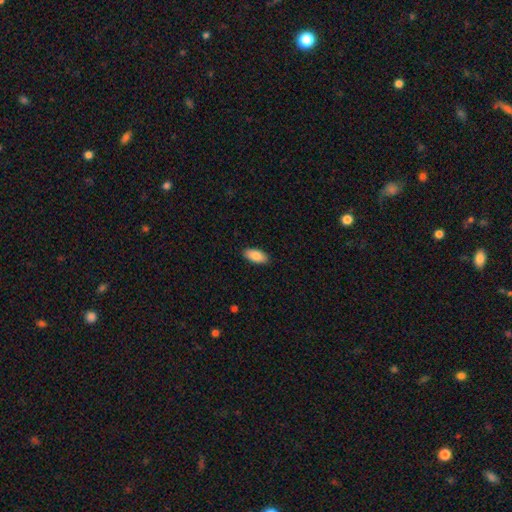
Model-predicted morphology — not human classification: Smooth or featured? smooth (87%)
How rounded? in between (89%)
Merging? none (89%)